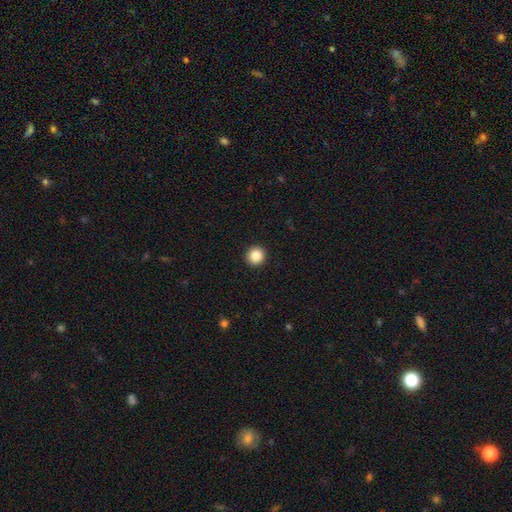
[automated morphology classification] type=smooth (87%); roundness=round (95%); merging=none (94%).